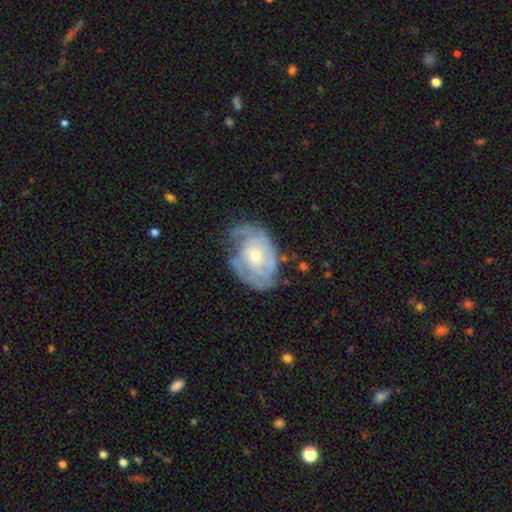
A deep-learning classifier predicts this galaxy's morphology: type=featured or disk (77%); edge-on=no (96%); bar=no (77%); spiral arms=yes (84%); winding=tight (60%); arm count=can't tell (46%); bulge=moderate (48%); merging=none (56%).